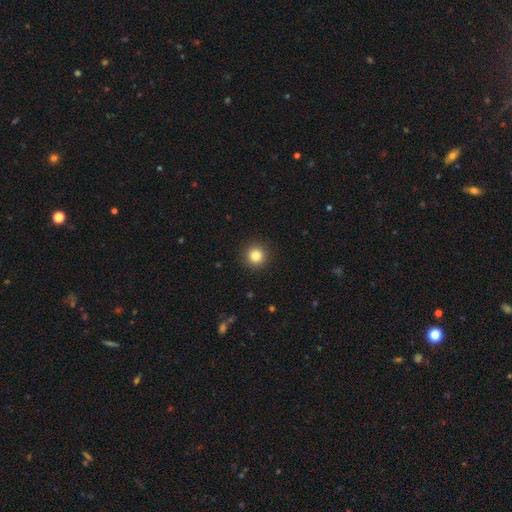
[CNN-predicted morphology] Overall: smooth (83%). How rounded: round (96%). Merging: none (93%).